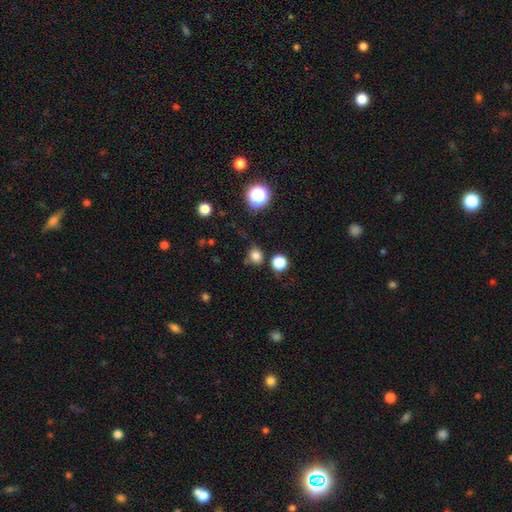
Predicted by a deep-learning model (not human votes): Smooth or featured?
  - smooth: 79% *
  - star or artifact: 16%
  - featured or disk: 5%
How rounded?
  - round: 82% *
  - in between: 17%
  - cigar-shaped: 1%
Merging?
  - none: 75% *
  - minor disturbance: 15%
  - merger: 6%
  - major disturbance: 4%